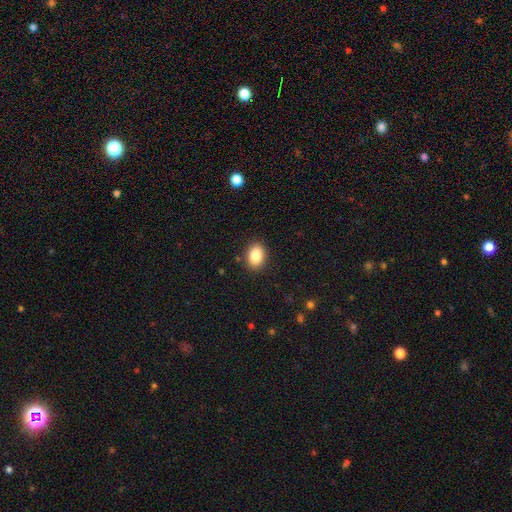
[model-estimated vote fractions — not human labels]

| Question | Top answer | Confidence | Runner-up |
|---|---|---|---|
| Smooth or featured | smooth | 85% | star or artifact (9%) |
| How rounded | in between | 70% | round (29%) |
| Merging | none | 89% | minor disturbance (8%) |